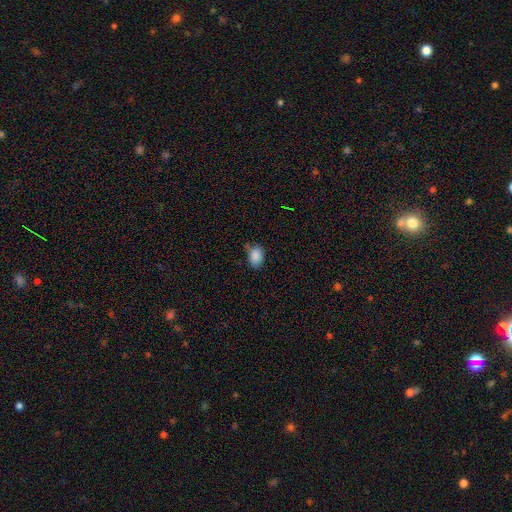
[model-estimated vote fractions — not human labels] Overall: smooth (86%). How rounded: in between (80%). Merging: none (59%; minor disturbance 31%).